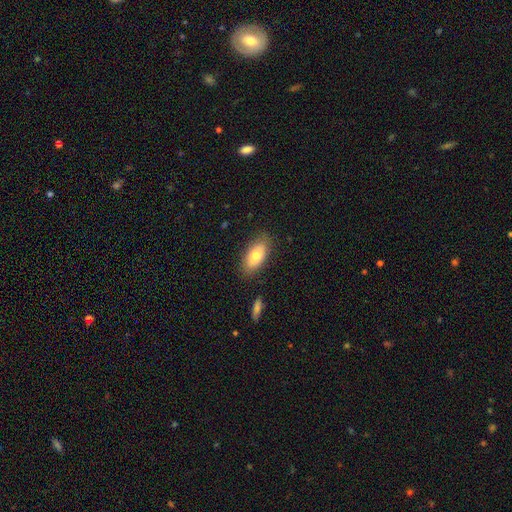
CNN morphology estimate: Smooth or featured? smooth (74%)
How rounded? in between (91%)
Merging? none (82%)